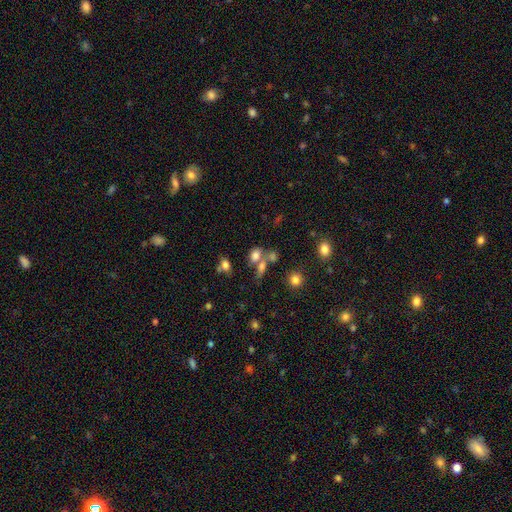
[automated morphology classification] Q: Smooth or featured?
A: smooth (69%); runner-up: star or artifact (17%)
Q: How rounded?
A: in between (71%); runner-up: round (25%)
Q: Merging?
A: merger (42%); runner-up: none (39%)